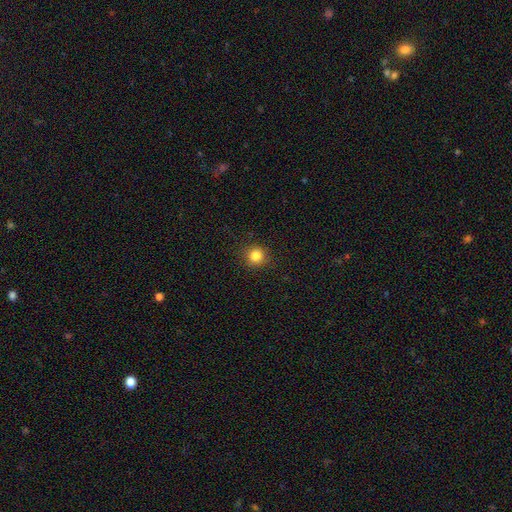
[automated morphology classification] Smooth or featured?
  - smooth: 83% *
  - star or artifact: 12%
  - featured or disk: 5%
How rounded?
  - round: 91% *
  - in between: 8%
  - cigar-shaped: 1%
Merging?
  - none: 90% *
  - minor disturbance: 7%
  - major disturbance: 2%
  - merger: 1%